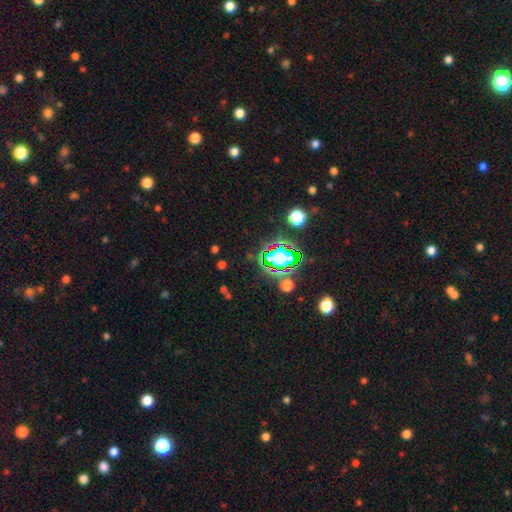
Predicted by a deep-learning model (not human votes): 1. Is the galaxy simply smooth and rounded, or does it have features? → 79% star or artifact, 12% smooth, 8% featured or disk.